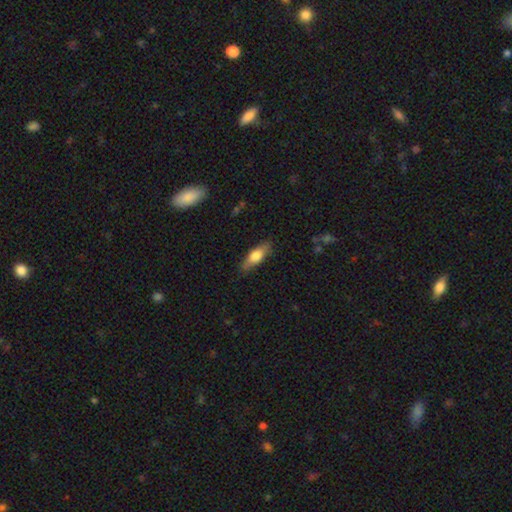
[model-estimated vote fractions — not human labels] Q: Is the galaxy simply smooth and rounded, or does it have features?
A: smooth — 66%.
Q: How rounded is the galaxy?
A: in between — 59%.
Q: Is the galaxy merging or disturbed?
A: none — 81%.